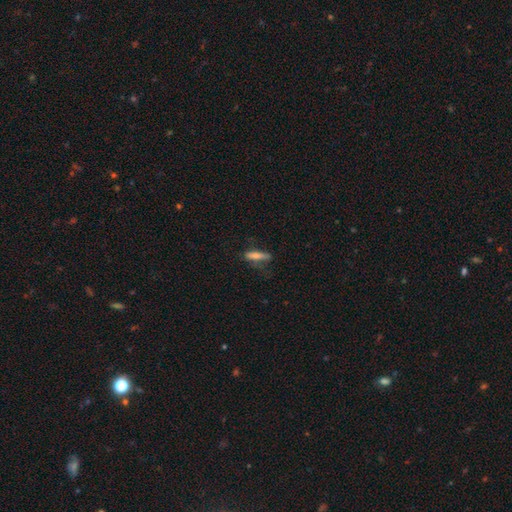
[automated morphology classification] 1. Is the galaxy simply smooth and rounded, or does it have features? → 66% smooth, 26% featured or disk, 8% star or artifact.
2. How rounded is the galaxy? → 75% cigar-shaped, 23% in between, 2% round.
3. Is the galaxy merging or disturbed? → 65% none, 23% minor disturbance, 10% major disturbance, 2% merger.